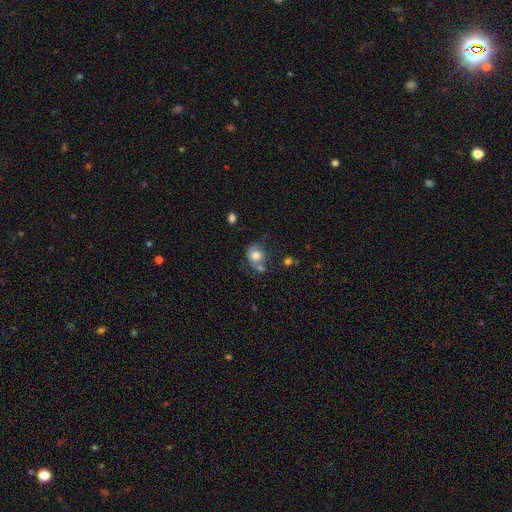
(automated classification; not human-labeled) smooth-or-featured: smooth: 72% | featured or disk: 18% | star or artifact: 10%
  how-rounded: round: 67% | in between: 32% | cigar-shaped: 1%
  merging: none: 45% | minor disturbance: 24% | merger: 20% | major disturbance: 11%